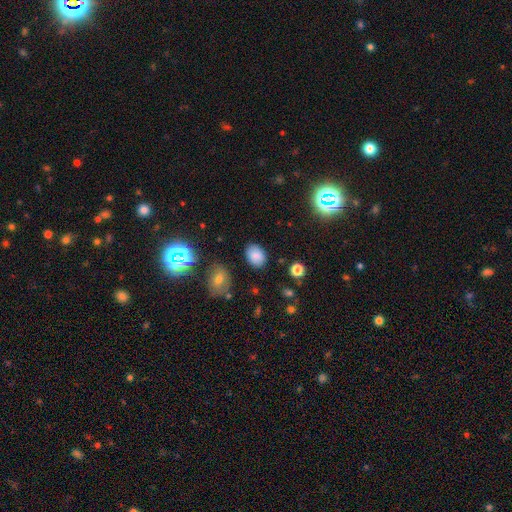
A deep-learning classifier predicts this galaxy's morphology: A smooth galaxy with no disk features (82%) that is in between round and cigar-shaped (79%). Merging: none (84%).